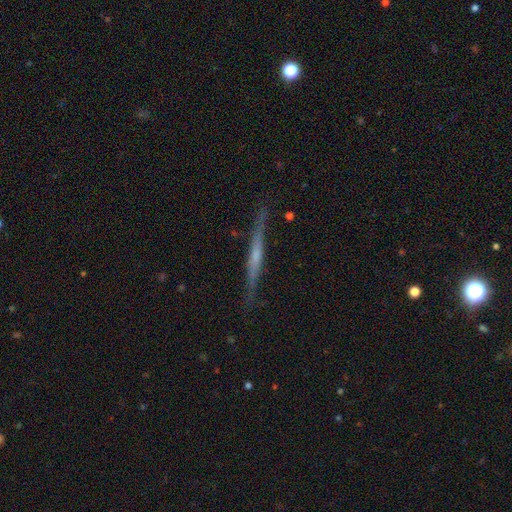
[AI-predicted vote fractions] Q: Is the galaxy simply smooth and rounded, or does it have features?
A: featured or disk — 64%.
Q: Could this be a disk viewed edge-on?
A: yes — 97%.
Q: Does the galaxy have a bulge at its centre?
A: none — 55%.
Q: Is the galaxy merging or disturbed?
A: none — 84%.